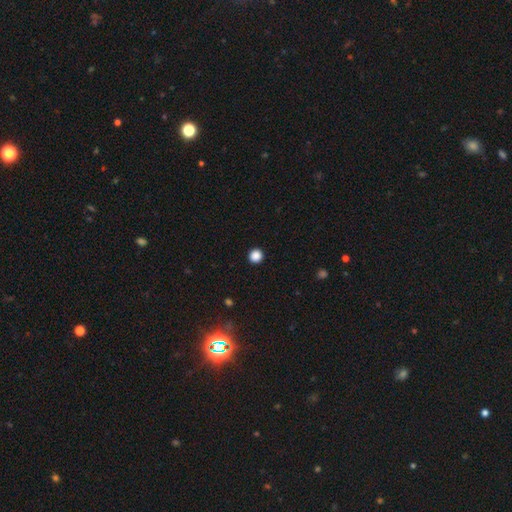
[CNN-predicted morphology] Q: Smooth or featured?
A: smooth (87%); runner-up: star or artifact (11%)
Q: How rounded?
A: round (95%); runner-up: in between (4%)
Q: Merging?
A: none (94%); runner-up: minor disturbance (4%)